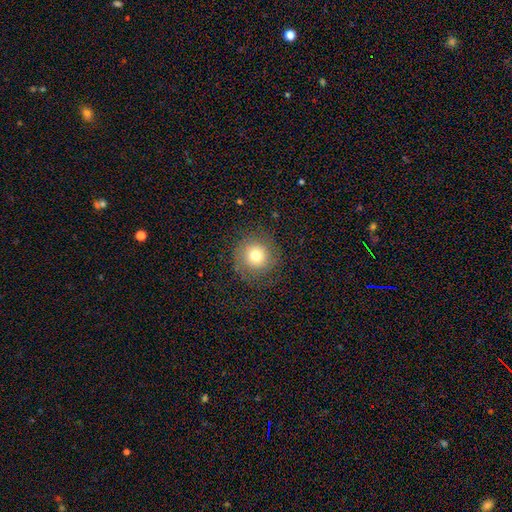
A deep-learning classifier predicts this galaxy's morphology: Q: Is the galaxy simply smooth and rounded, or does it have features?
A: smooth — 69%.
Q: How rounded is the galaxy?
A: round — 94%.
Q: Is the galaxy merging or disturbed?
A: none — 80%.